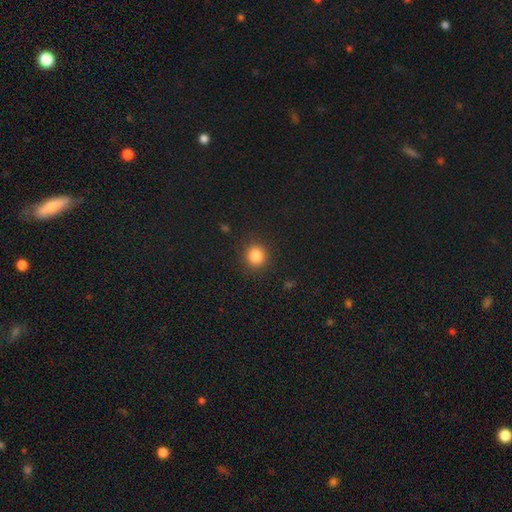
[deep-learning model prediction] Q: Smooth or featured?
A: smooth (84%); runner-up: star or artifact (11%)
Q: How rounded?
A: round (91%); runner-up: in between (8%)
Q: Merging?
A: none (90%); runner-up: minor disturbance (6%)